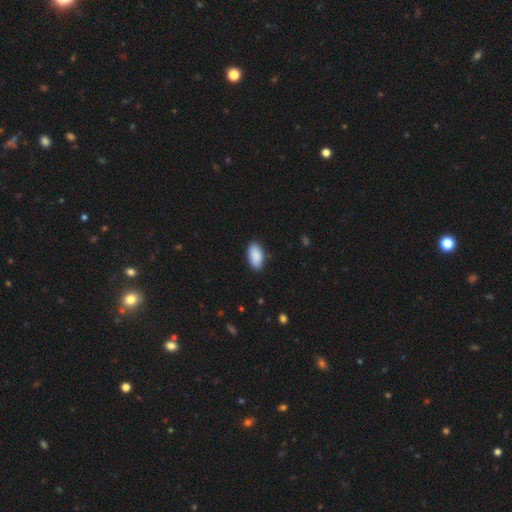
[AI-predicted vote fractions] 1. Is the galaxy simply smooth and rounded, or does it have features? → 90% smooth, 6% star or artifact, 4% featured or disk.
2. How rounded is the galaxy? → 94% in between, 3% cigar-shaped, 2% round.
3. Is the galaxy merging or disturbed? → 86% none, 11% minor disturbance, 2% major disturbance, 1% merger.